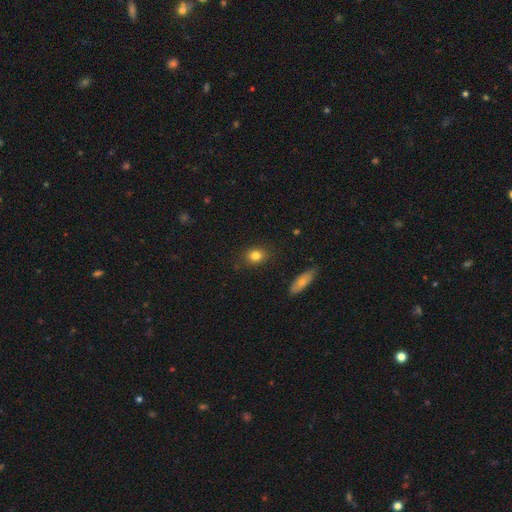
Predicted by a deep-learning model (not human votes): smooth-or-featured: smooth: 82% | star or artifact: 10% | featured or disk: 9%
  how-rounded: round: 55% | in between: 43% | cigar-shaped: 2%
  merging: none: 87% | minor disturbance: 9% | major disturbance: 2% | merger: 2%